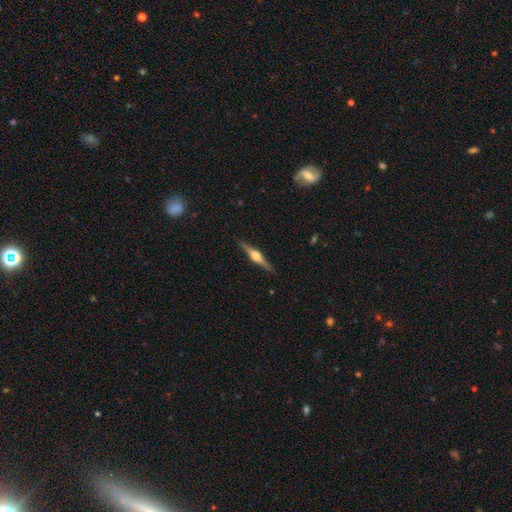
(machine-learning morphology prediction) Smooth or featured? featured or disk (80%)
Edge-on disk? yes (98%)
Edge-on bulge? rounded (91%)
Merging? none (90%)